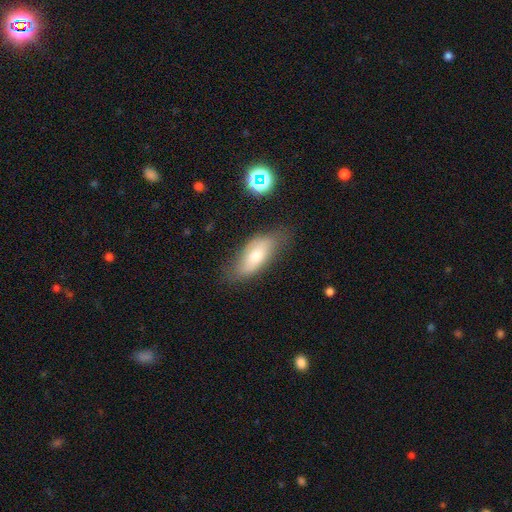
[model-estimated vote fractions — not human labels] Smooth or featured: smooth — 62% (featured or disk — 29%)
How rounded: in between — 80% (cigar-shaped — 17%)
Merging: none — 68% (minor disturbance — 24%)